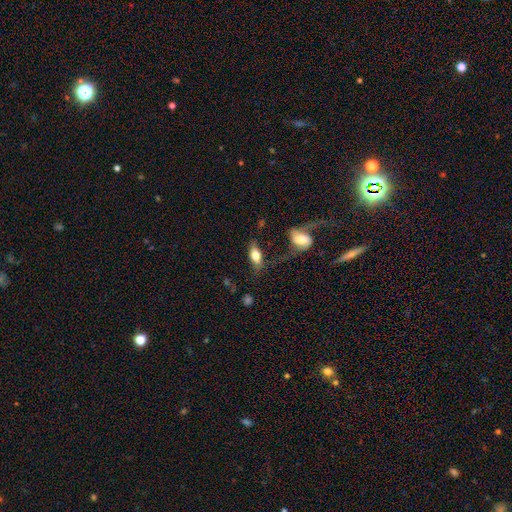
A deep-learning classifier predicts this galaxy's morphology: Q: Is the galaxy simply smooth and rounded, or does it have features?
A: smooth — 62%.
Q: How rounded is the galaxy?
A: in between — 83%.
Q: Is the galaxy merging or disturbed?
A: none — 53%.